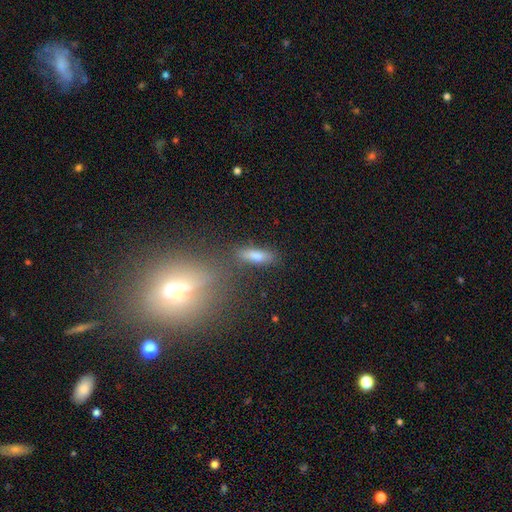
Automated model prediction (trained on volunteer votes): Q: Smooth or featured?
A: smooth (78%); runner-up: featured or disk (13%)
Q: How rounded?
A: cigar-shaped (55%); runner-up: in between (41%)
Q: Merging?
A: none (73%); runner-up: minor disturbance (15%)